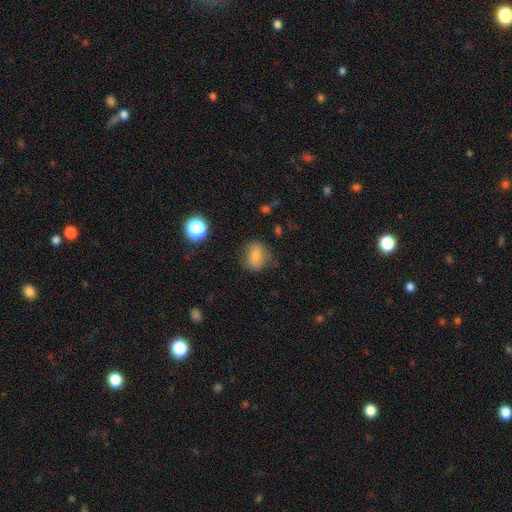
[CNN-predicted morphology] Smooth or featured? Predicted: smooth (p=0.79). How rounded? Predicted: in between (p=0.52). Merging? Predicted: none (p=0.71).